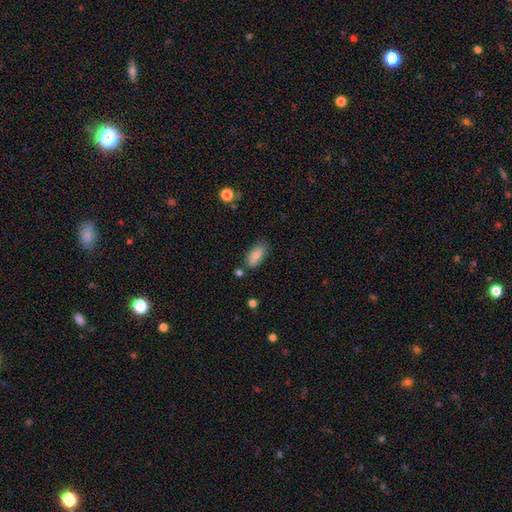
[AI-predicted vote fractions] Smooth or featured? Predicted: smooth (p=0.85). How rounded? Predicted: in between (p=0.86). Merging? Predicted: none (p=0.73).